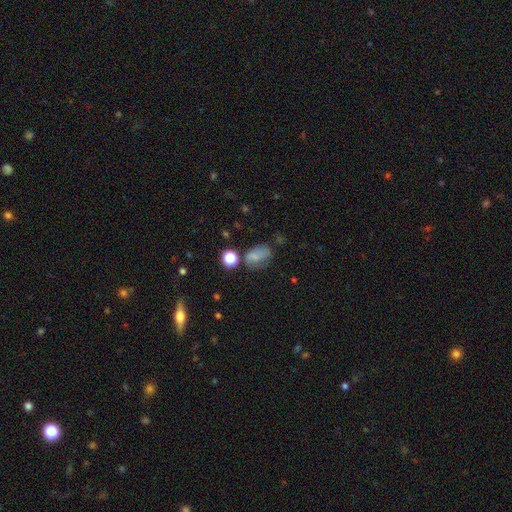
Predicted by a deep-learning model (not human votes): Q: Smooth or featured?
A: smooth (68%); runner-up: star or artifact (17%)
Q: How rounded?
A: in between (79%); runner-up: round (19%)
Q: Merging?
A: none (44%); runner-up: minor disturbance (28%)